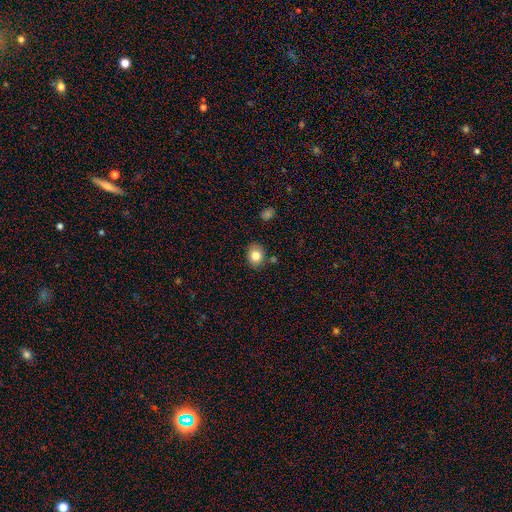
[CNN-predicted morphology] Overall: smooth (82%). How rounded: round (54%; in between 45%). Merging: none (81%).